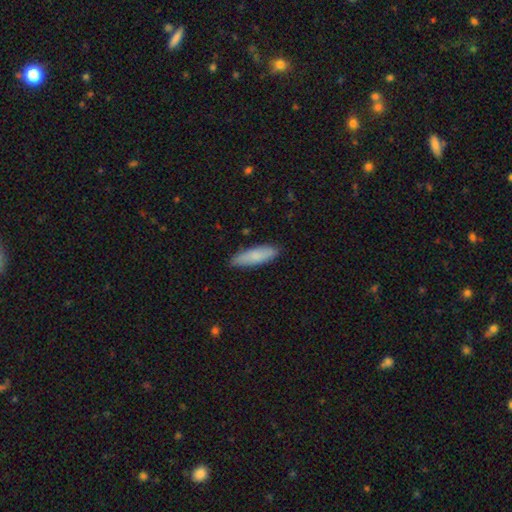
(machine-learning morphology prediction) A smooth galaxy with no disk features (82%) that is cigar-shaped (59%).

Vote fractions:
- Smooth or featured? smooth: 82% / featured or disk: 12% / star or artifact: 6%
- How rounded? cigar-shaped: 59% / in between: 40% / round: 2%
- Merging? none: 86% / minor disturbance: 11% / major disturbance: 2% / merger: 1%